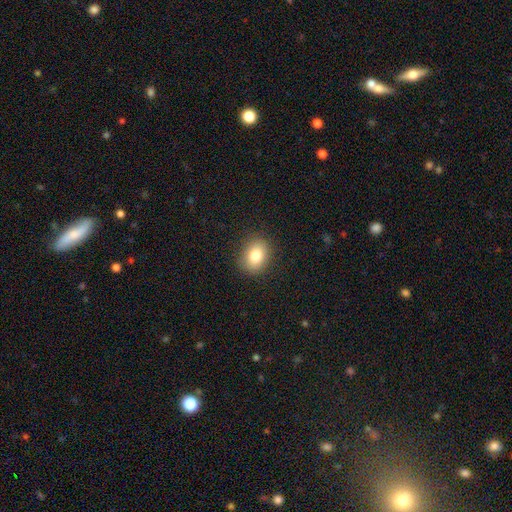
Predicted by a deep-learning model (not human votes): Smooth or featured?
  - smooth: 81% *
  - star or artifact: 9%
  - featured or disk: 9%
How rounded?
  - in between: 56% *
  - round: 43%
  - cigar-shaped: 1%
Merging?
  - none: 87% *
  - minor disturbance: 9%
  - major disturbance: 3%
  - merger: 1%